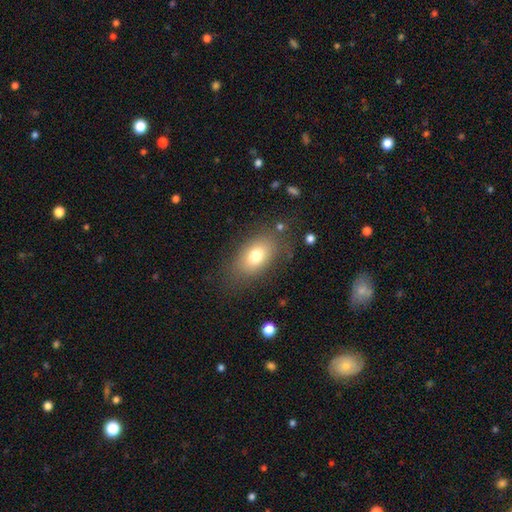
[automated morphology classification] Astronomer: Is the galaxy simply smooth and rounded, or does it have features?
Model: smooth — 75%.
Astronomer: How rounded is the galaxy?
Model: in between — 85%.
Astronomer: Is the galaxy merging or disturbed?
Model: none — 78%.